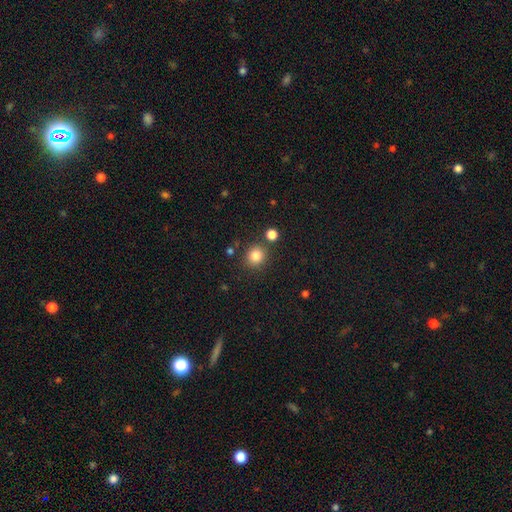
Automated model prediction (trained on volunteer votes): Q: Smooth or featured?
A: smooth (82%); runner-up: star or artifact (12%)
Q: How rounded?
A: round (86%); runner-up: in between (13%)
Q: Merging?
A: none (83%); runner-up: minor disturbance (8%)